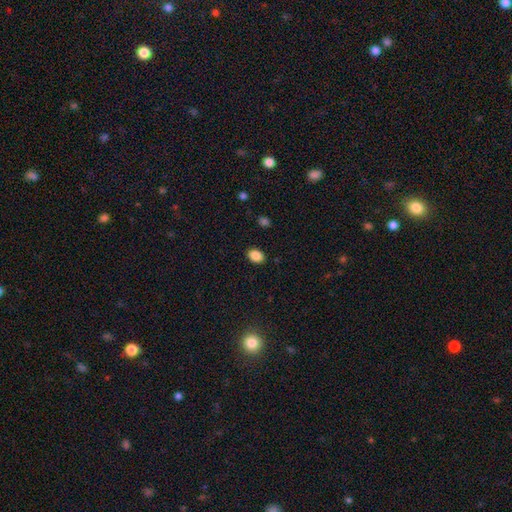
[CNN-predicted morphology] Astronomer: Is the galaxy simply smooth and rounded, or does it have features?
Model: smooth — 88%.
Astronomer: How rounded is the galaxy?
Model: in between — 78%.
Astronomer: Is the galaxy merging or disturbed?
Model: none — 89%.